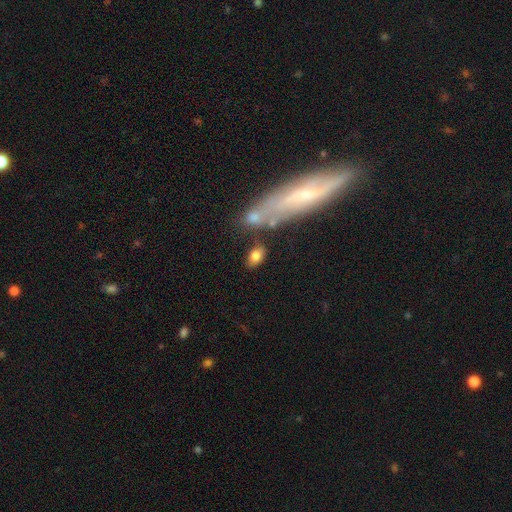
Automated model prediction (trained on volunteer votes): Smooth or featured? smooth (77%)
How rounded? in between (87%)
Merging? none (69%)